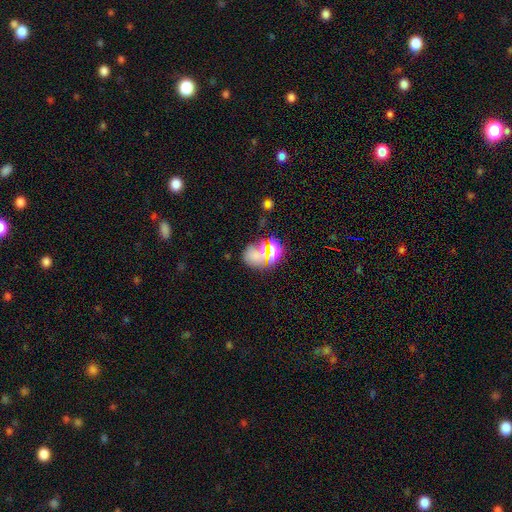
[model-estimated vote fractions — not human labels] smooth 48%, star or artifact 40%, featured or disk 12%. Down the decision tree: merging — none (55%).